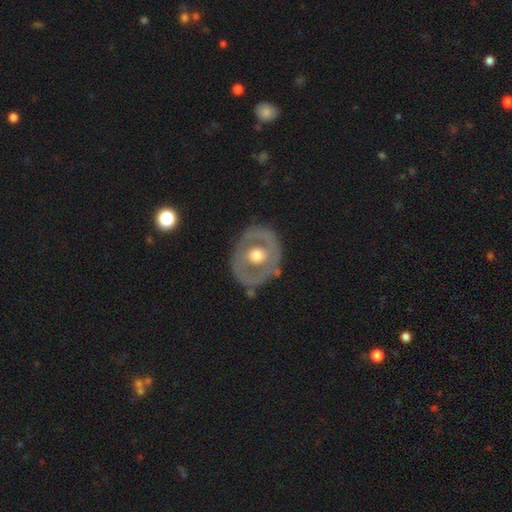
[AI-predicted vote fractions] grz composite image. It shows a featured or disk galaxy (64%) with no bar (81%), no spiral arms (81%) and a moderate central bulge (70%). Merging: none (74%).